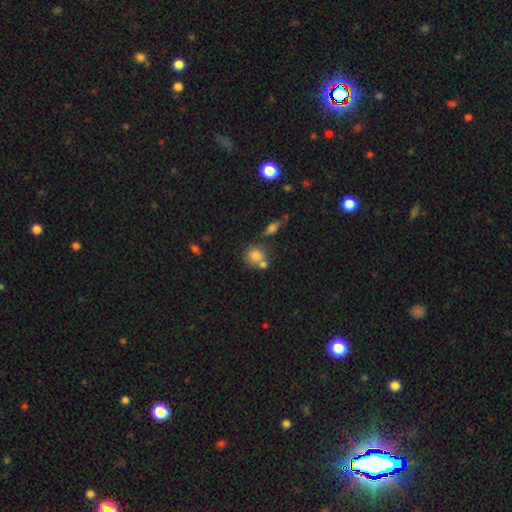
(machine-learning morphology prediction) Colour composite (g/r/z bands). It shows a smooth galaxy with no disk features (79%) that is round (78%). Merging: none (50%).